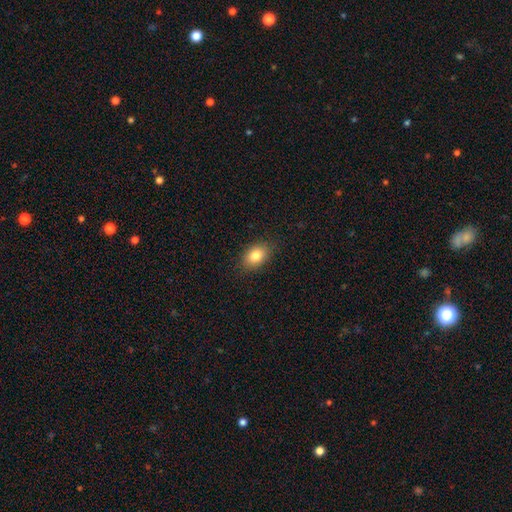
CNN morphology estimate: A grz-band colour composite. It shows a smooth galaxy with no disk features (82%) that is in between round and cigar-shaped (80%). Merging: none (86%).